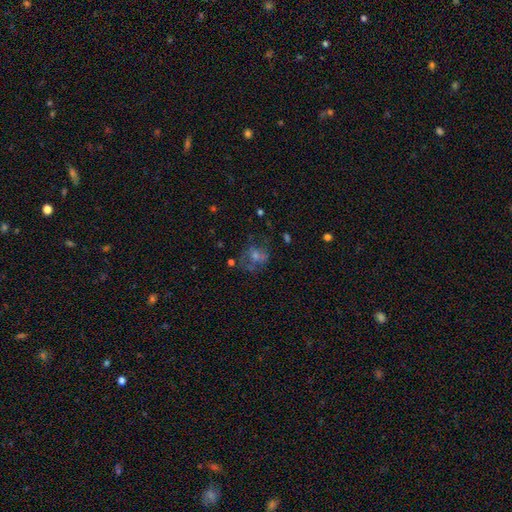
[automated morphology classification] A featured or disk galaxy (40%).

Vote fractions:
- Smooth or featured? featured or disk: 40% / smooth: 33% / star or artifact: 27%
- Merging? none: 52% / major disturbance: 22% / minor disturbance: 19% / merger: 7%